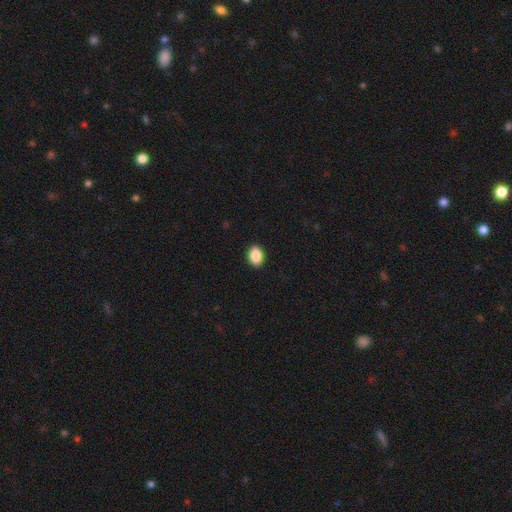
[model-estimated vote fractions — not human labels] A smooth galaxy with no disk features (89%) that is in between round and cigar-shaped (81%).

Vote fractions:
- Smooth or featured? smooth: 89% / star or artifact: 7% / featured or disk: 4%
- How rounded? in between: 81% / round: 18% / cigar-shaped: 1%
- Merging? none: 91% / minor disturbance: 7% / major disturbance: 2% / merger: 1%